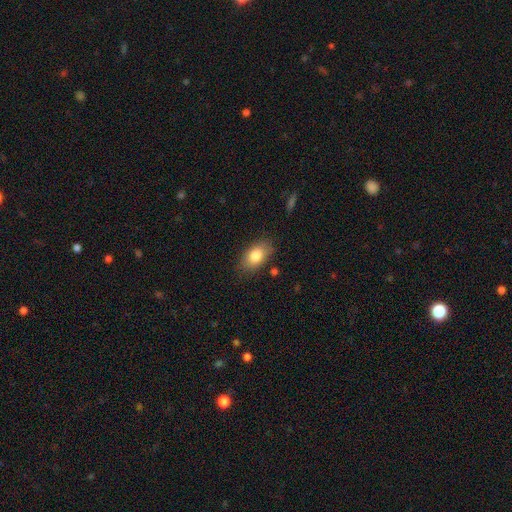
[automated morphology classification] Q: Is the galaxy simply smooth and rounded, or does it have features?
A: smooth — 82%.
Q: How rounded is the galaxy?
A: in between — 91%.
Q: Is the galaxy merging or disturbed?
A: none — 82%.